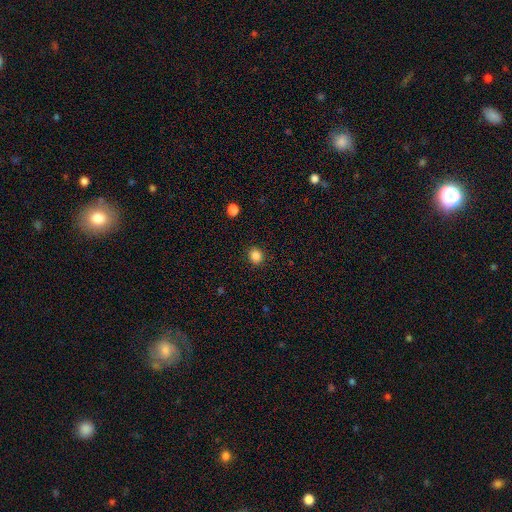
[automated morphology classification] Smooth or featured? smooth (86%)
How rounded? round (67%)
Merging? none (90%)